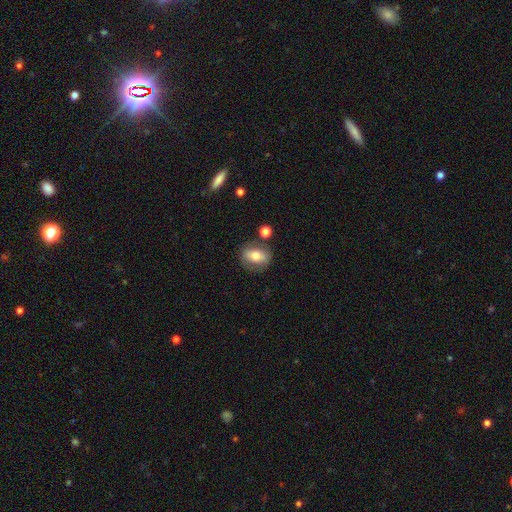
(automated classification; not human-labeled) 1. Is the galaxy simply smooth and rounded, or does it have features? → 64% smooth, 27% featured or disk, 9% star or artifact.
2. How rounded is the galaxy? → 56% in between, 42% round, 2% cigar-shaped.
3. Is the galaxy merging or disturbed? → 75% none, 14% minor disturbance, 7% merger, 5% major disturbance.